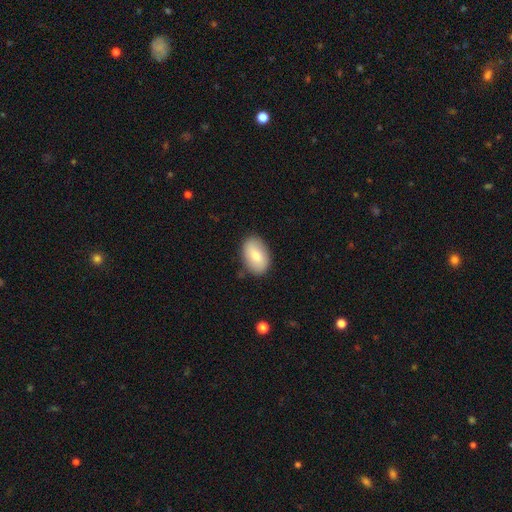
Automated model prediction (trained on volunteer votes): Smooth or featured? Predicted: smooth (p=0.73). How rounded? Predicted: in between (p=0.89). Merging? Predicted: none (p=0.85).